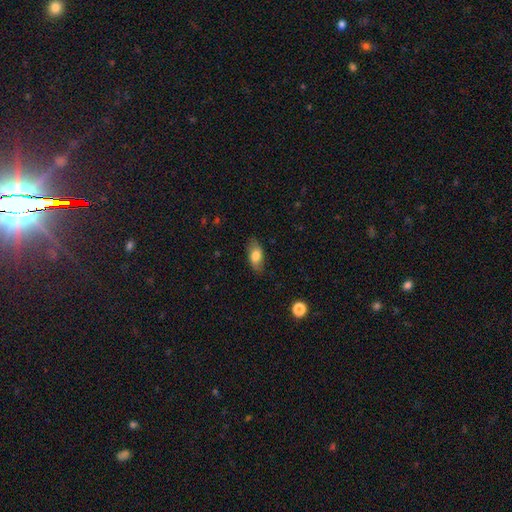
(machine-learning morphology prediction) smooth_or_featured: smooth (p=0.75) [alt: featured or disk p=0.18]
how_rounded: in between (p=0.87) [alt: cigar-shaped p=0.07]
merging: none (p=0.80) [alt: minor disturbance p=0.15]